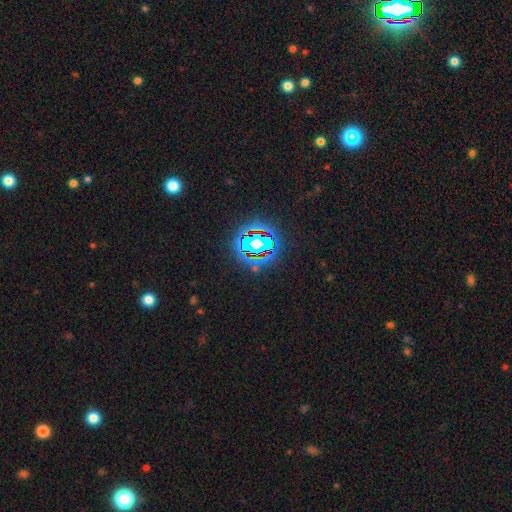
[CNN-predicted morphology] Smooth or featured? Predicted: star or artifact (p=0.80).